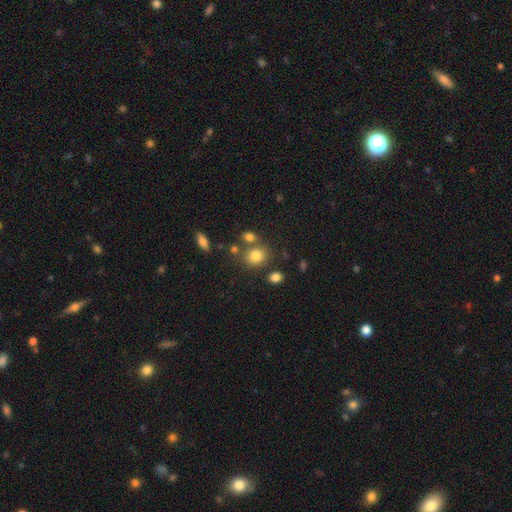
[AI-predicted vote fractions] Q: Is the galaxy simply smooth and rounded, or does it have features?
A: smooth — 80%.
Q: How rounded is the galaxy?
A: round — 67%.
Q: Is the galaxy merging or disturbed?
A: none — 67%.